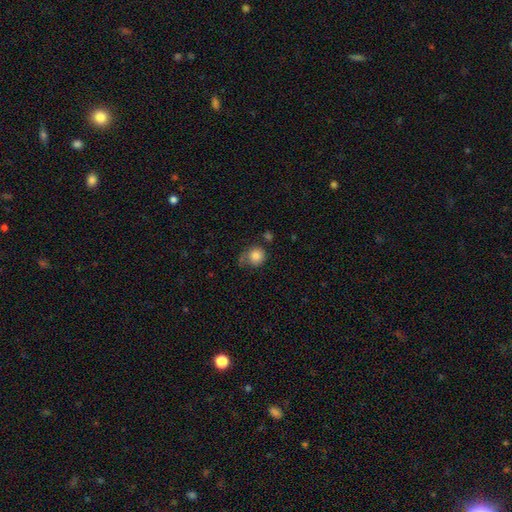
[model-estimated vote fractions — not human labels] Q: Smooth or featured?
A: smooth (84%); runner-up: star or artifact (9%)
Q: How rounded?
A: round (85%); runner-up: in between (14%)
Q: Merging?
A: none (53%); runner-up: minor disturbance (26%)